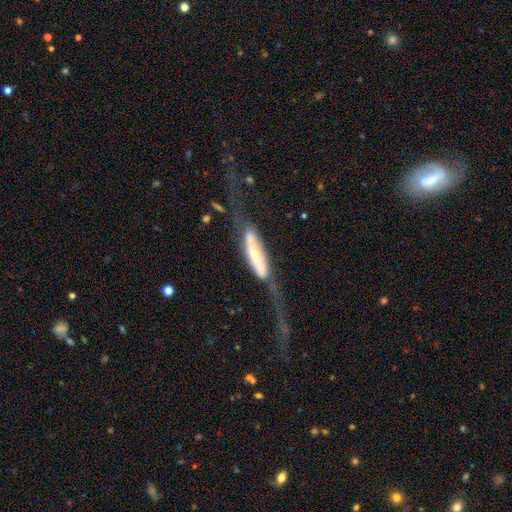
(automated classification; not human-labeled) Smooth or featured? featured or disk (63%)
Edge-on disk? yes (57%)
Merging? major disturbance (46%)